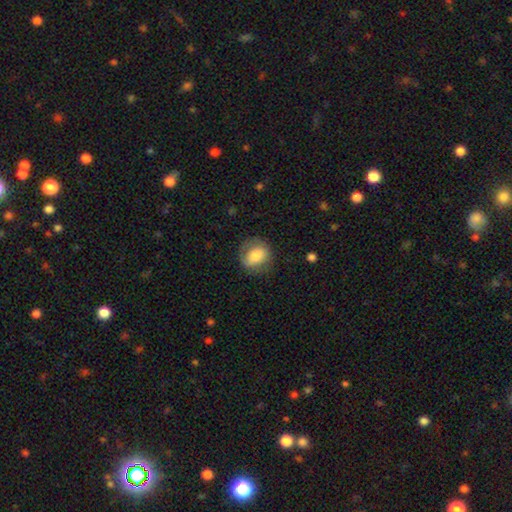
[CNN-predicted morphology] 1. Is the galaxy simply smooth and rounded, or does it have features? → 67% smooth, 26% featured or disk, 7% star or artifact.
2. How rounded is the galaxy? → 62% round, 36% in between, 1% cigar-shaped.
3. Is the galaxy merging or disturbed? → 70% none, 19% minor disturbance, 9% major disturbance, 1% merger.